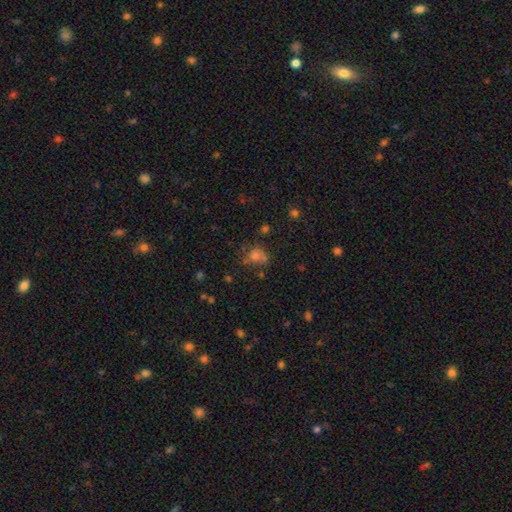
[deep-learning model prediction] The model was most divided on "how rounded": round: 53%, in between: 45%, cigar-shaped: 2%. Remaining: smooth or featured — smooth (57%); merging — none (44%).